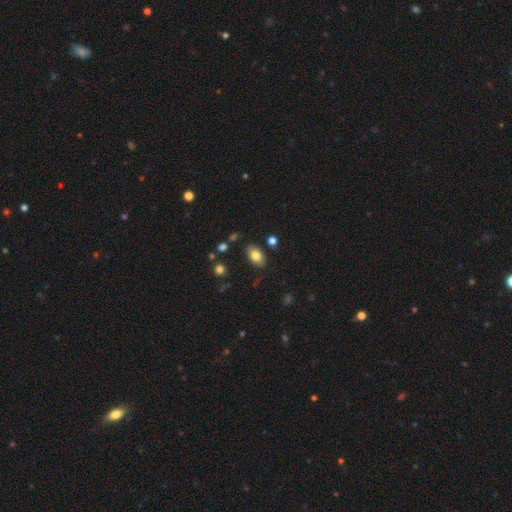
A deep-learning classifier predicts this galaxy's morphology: Smooth or featured: smooth — 79% (featured or disk — 13%)
How rounded: in between — 91% (round — 8%)
Merging: none — 84% (minor disturbance — 11%)